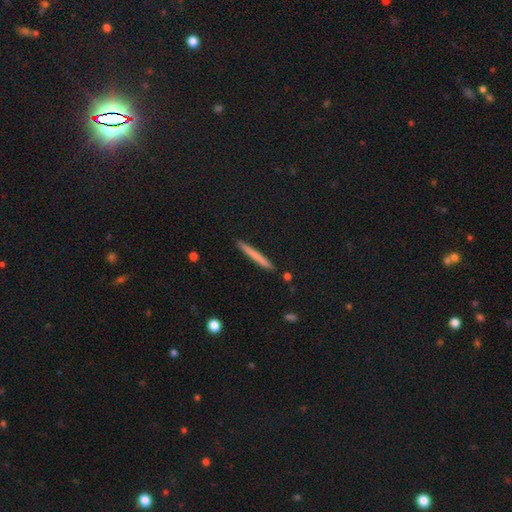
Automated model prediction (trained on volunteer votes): Morphology: type=smooth (70%); roundness=cigar-shaped (97%); merging=none (91%).